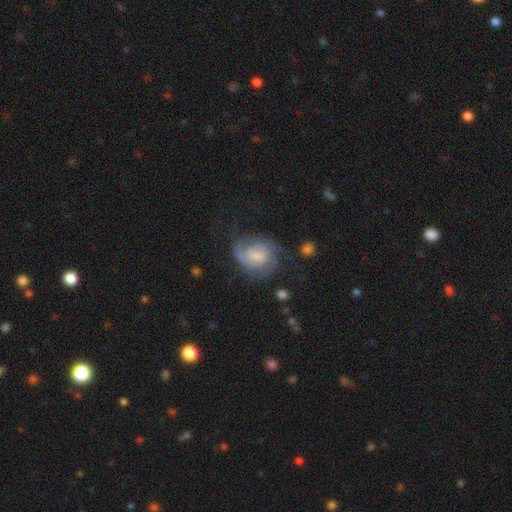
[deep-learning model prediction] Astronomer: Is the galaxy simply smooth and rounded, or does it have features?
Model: featured or disk — 75%.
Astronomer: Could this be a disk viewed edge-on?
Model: no — 98%.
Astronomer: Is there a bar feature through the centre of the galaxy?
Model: weak — 56%.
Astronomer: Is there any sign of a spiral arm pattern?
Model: yes — 93%.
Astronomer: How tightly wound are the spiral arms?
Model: medium — 43% (runner-up: tight, 42%).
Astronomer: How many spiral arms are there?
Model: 2 — 55%.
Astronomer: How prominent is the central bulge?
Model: small — 36% (runner-up: moderate, 33%).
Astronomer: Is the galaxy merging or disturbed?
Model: none — 56%.